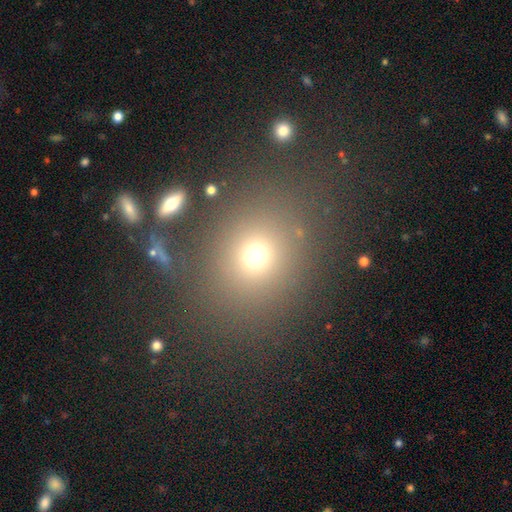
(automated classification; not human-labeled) Q: Smooth or featured?
A: smooth (69%); runner-up: star or artifact (21%)
Q: How rounded?
A: round (73%); runner-up: in between (26%)
Q: Merging?
A: none (80%); runner-up: minor disturbance (9%)